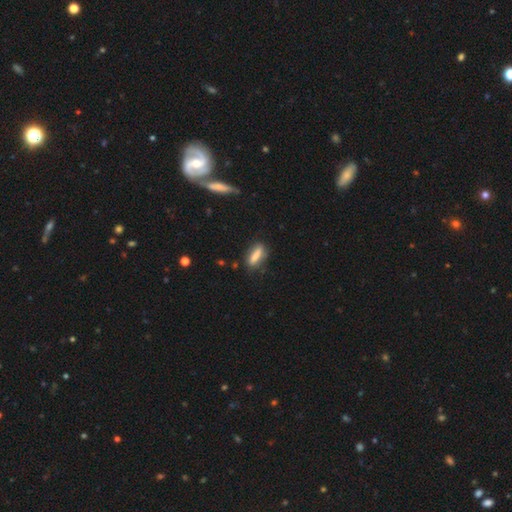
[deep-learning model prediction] Smooth or featured? smooth (78%)
How rounded? cigar-shaped (57%)
Merging? none (78%)